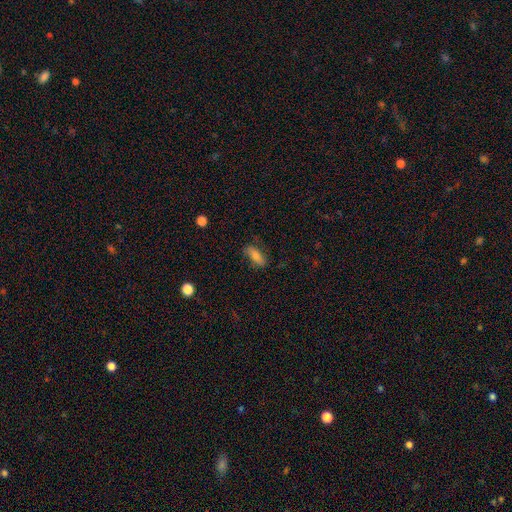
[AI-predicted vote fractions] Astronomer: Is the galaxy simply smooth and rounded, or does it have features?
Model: smooth — 73%.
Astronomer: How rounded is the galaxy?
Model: in between — 68%.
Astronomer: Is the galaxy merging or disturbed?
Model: none — 74%.